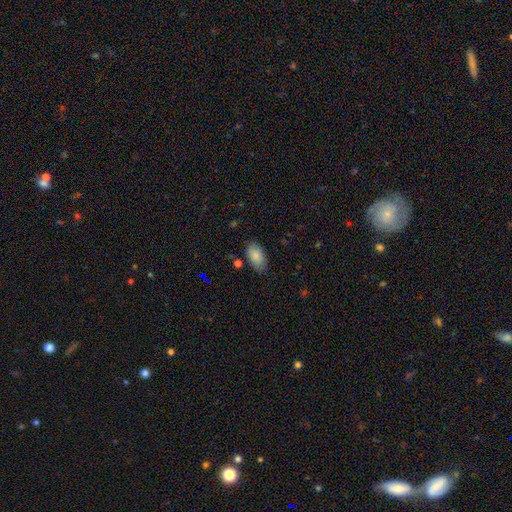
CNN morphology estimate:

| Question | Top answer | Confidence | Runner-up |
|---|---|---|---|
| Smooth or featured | smooth | 86% | star or artifact (7%) |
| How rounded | in between | 94% | round (4%) |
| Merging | none | 78% | minor disturbance (16%) |